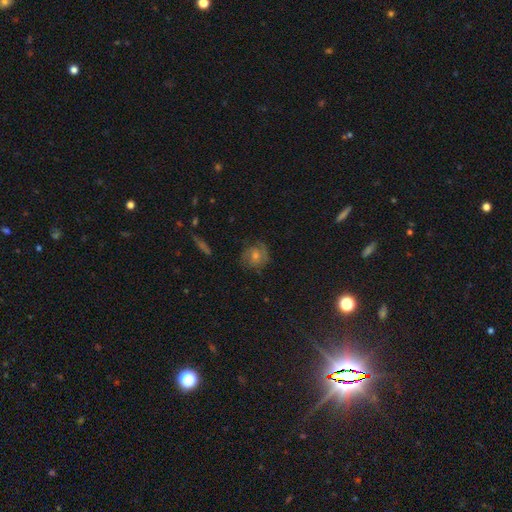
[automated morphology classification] This is possibly a featured or disk galaxy (46%). Merging: likely none (76%).